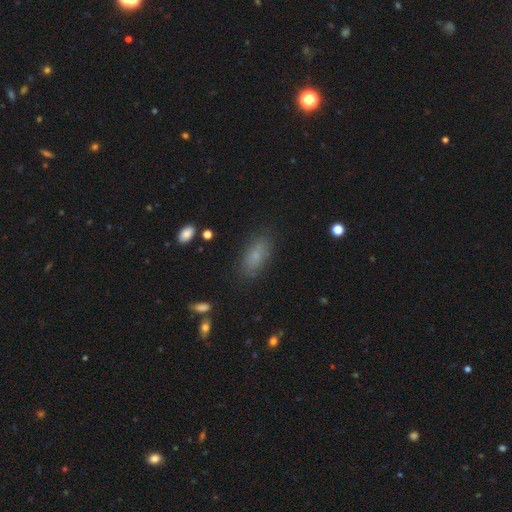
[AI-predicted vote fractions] smooth 73%, featured or disk 14%, star or artifact 13%. Down the decision tree: how rounded — in between (86%); merging — none (82%).